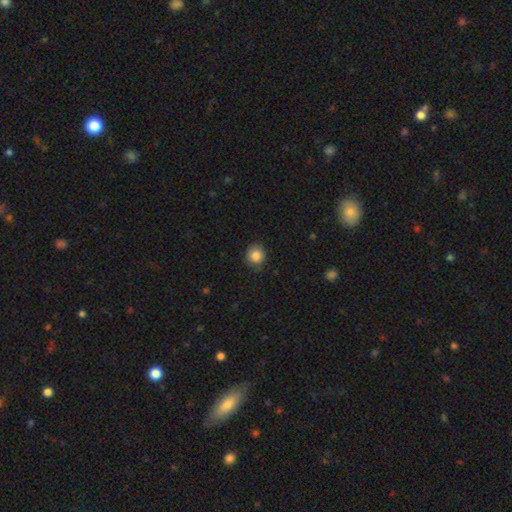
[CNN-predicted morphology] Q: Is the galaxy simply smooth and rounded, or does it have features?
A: smooth — 86%.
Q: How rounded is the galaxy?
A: round — 87%.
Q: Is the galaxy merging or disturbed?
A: none — 83%.